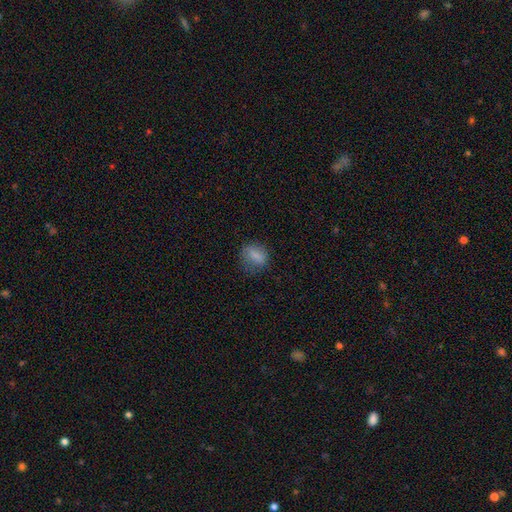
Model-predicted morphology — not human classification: smooth-or-featured: smooth: 78% | featured or disk: 12% | star or artifact: 10%
  how-rounded: in between: 57% | round: 38% | cigar-shaped: 4%
  merging: none: 69% | minor disturbance: 21% | major disturbance: 9% | merger: 1%